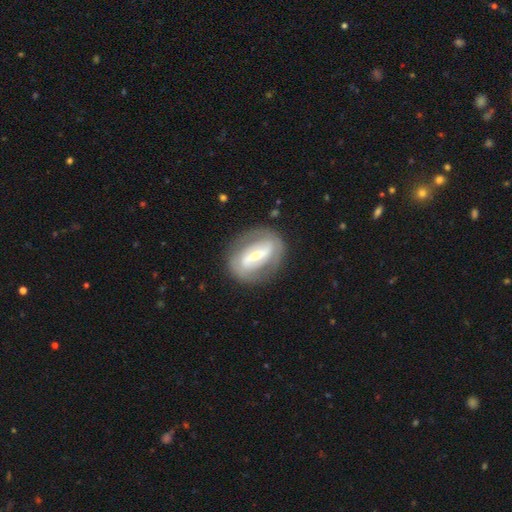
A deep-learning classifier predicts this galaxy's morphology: Q: Smooth or featured?
A: featured or disk (73%); runner-up: smooth (21%)
Q: Edge-on disk?
A: no (90%); runner-up: yes (10%)
Q: Bar?
A: strong (67%); runner-up: weak (23%)
Q: Spiral arms?
A: yes (59%); runner-up: no (41%)
Q: Bulge size?
A: small (52%); runner-up: moderate (39%)
Q: Merging?
A: none (77%); runner-up: minor disturbance (14%)